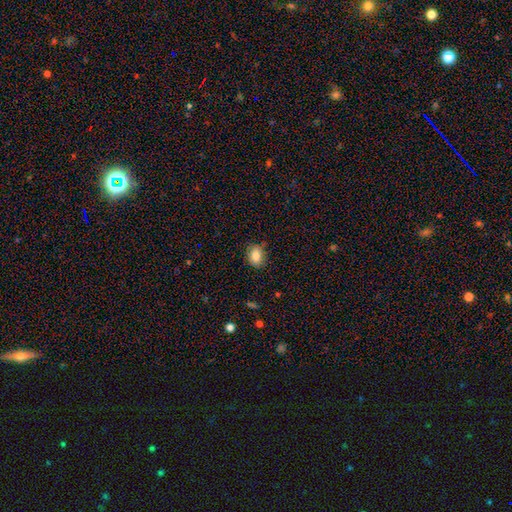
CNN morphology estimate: This appears to be a smooth galaxy with no disk features (85%) that is in between round and cigar-shaped (65%). Merging: none (82%).